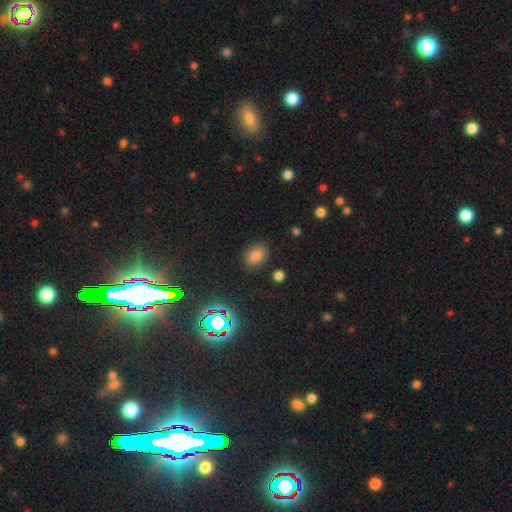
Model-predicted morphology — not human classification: Smooth or featured? Predicted: smooth (p=0.74). How rounded? Predicted: in between (p=0.68). Merging? Predicted: none (p=0.84).